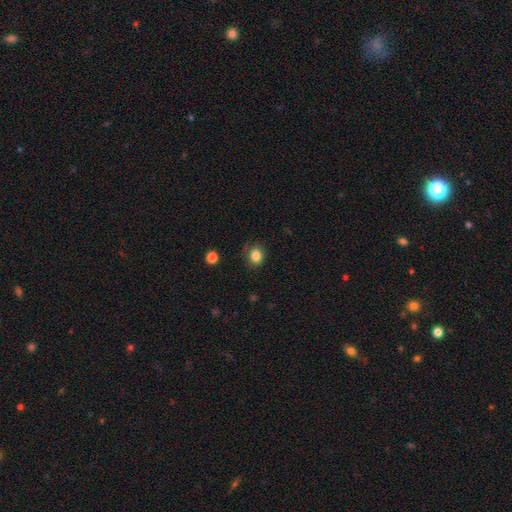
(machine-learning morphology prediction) Q: Smooth or featured?
A: smooth (84%); runner-up: star or artifact (11%)
Q: How rounded?
A: round (70%); runner-up: in between (30%)
Q: Merging?
A: none (79%); runner-up: minor disturbance (16%)